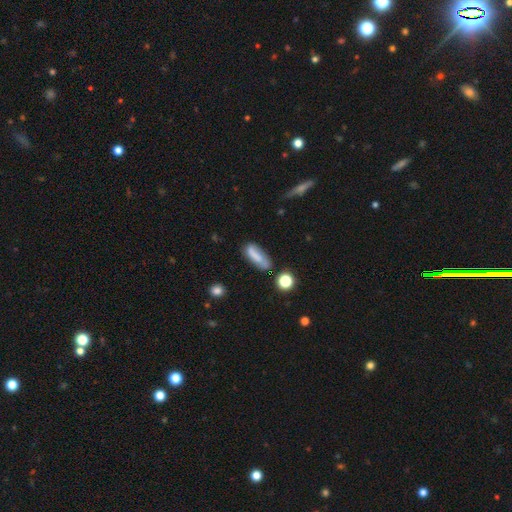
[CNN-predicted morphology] Smooth or featured: smooth — 69% (featured or disk — 22%)
How rounded: in between — 58% (cigar-shaped — 39%)
Merging: none — 61% (minor disturbance — 24%)